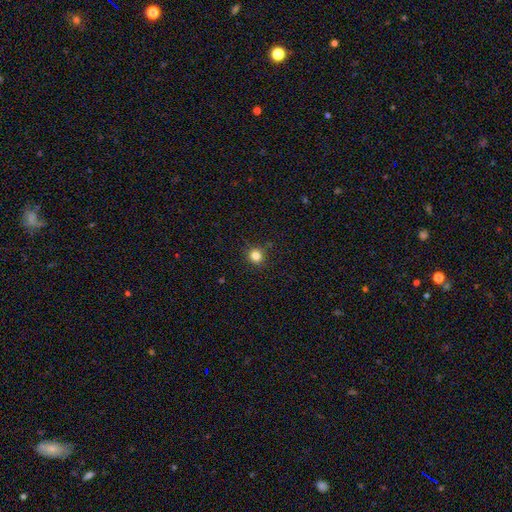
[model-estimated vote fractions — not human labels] Smooth or featured: smooth — 82% (star or artifact — 13%)
How rounded: round — 94% (in between — 5%)
Merging: none — 91% (minor disturbance — 6%)